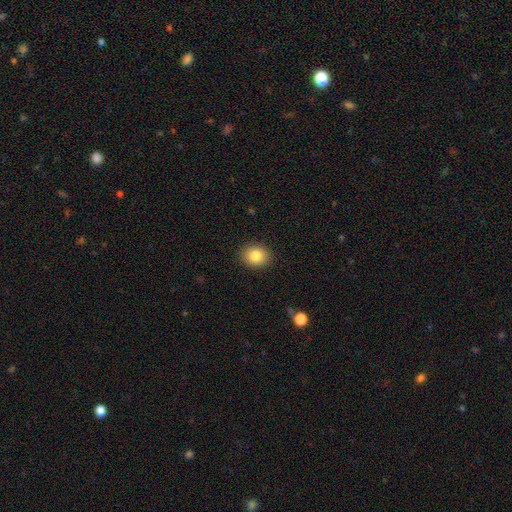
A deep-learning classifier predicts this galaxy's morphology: Smooth or featured?
  - smooth: 83% *
  - star or artifact: 10%
  - featured or disk: 7%
How rounded?
  - round: 63% *
  - in between: 37%
  - cigar-shaped: 1%
Merging?
  - none: 89% *
  - minor disturbance: 8%
  - major disturbance: 2%
  - merger: 1%